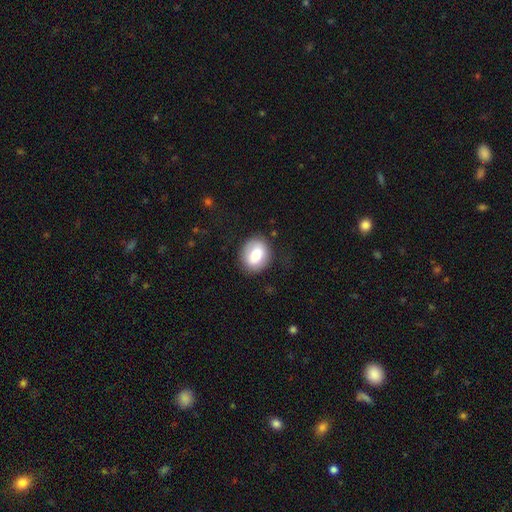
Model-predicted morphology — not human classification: A smooth galaxy with no disk features (73%) that is in between round and cigar-shaped (53%). Merging: none (80%).